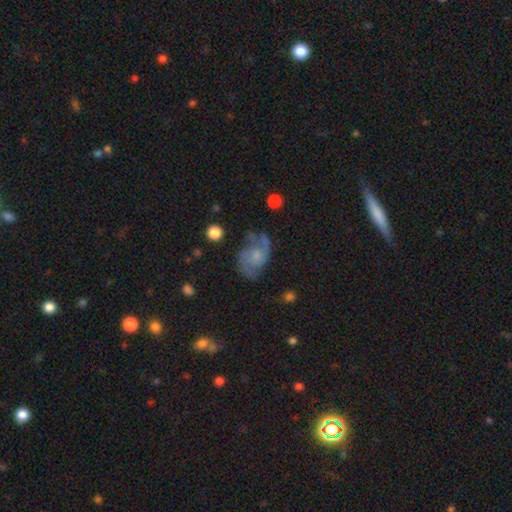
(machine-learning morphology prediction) Smooth or featured? featured or disk (75%)
Edge-on disk? no (98%)
Bar? no (67%)
Spiral arms? yes (92%)
Spiral winding? medium (49%)
Spiral arm count? 2 (85%)
Bulge size? small (41%)
Merging? none (59%)